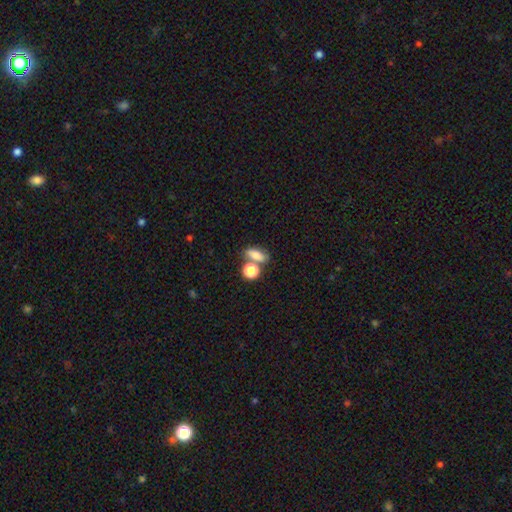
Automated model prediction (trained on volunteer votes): Q: Smooth or featured?
A: smooth (74%); runner-up: featured or disk (14%)
Q: How rounded?
A: in between (70%); runner-up: round (21%)
Q: Merging?
A: none (51%); runner-up: merger (31%)